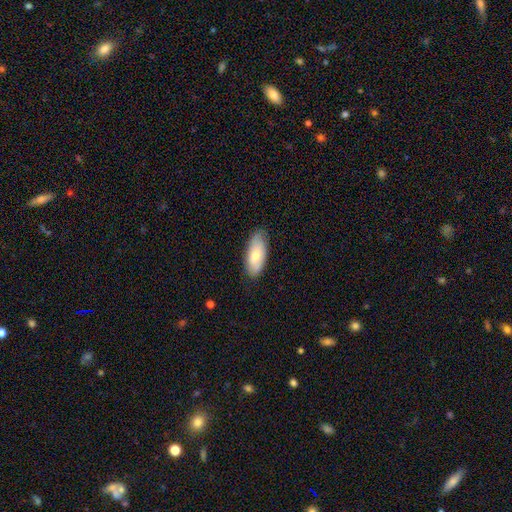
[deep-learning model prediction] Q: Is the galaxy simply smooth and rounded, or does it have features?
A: smooth — 69%.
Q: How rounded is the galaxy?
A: in between — 84%.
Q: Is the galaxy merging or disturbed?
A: none — 83%.